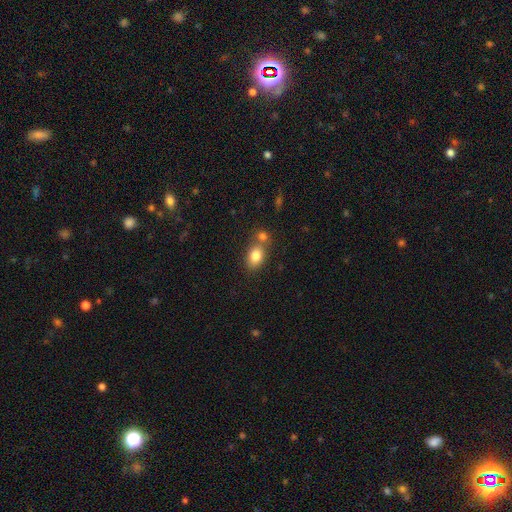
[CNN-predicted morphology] smooth_or_featured: smooth (p=0.82) [alt: featured or disk p=0.09]
how_rounded: in between (p=0.76) [alt: round p=0.23]
merging: none (p=0.52) [alt: merger p=0.34]